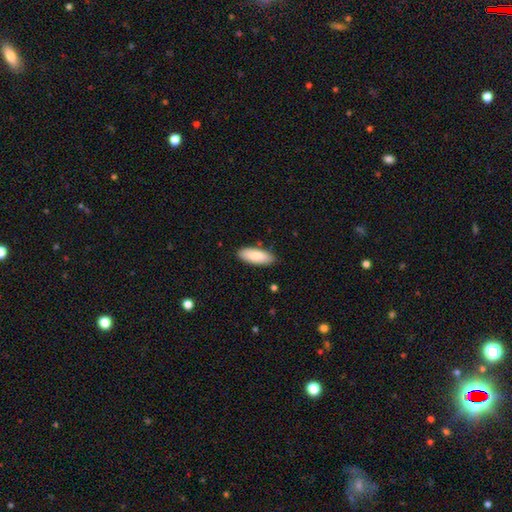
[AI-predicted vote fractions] This is clearly a smooth galaxy (85%). How rounded: likely in between (76%). Merging: clearly none (87%).